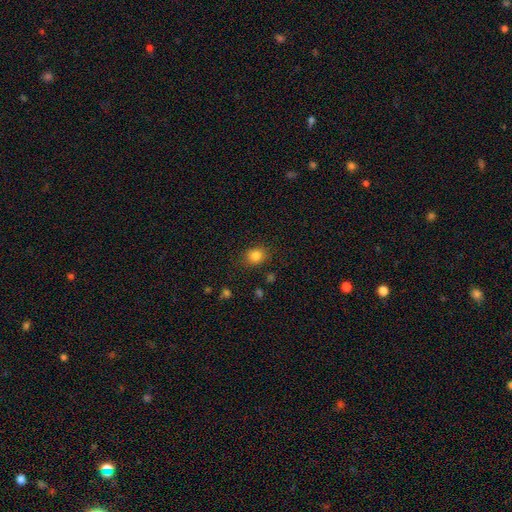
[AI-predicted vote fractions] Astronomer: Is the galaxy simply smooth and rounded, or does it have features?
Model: smooth — 83%.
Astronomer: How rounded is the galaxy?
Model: round — 61% (runner-up: in between, 38%).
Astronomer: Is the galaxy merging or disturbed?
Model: none — 85%.